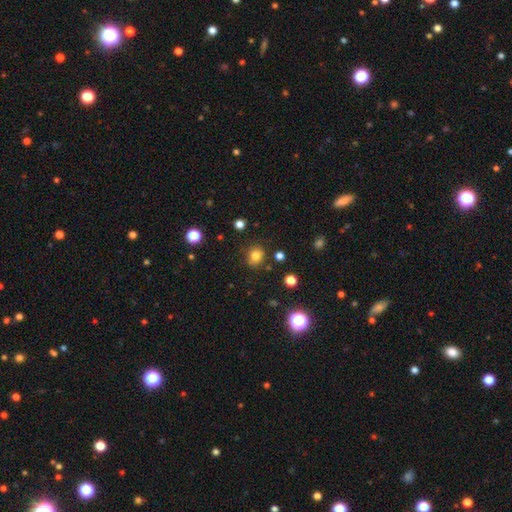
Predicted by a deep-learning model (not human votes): A smooth galaxy with no disk features (78%) that is round (80%). Merging: none (80%).